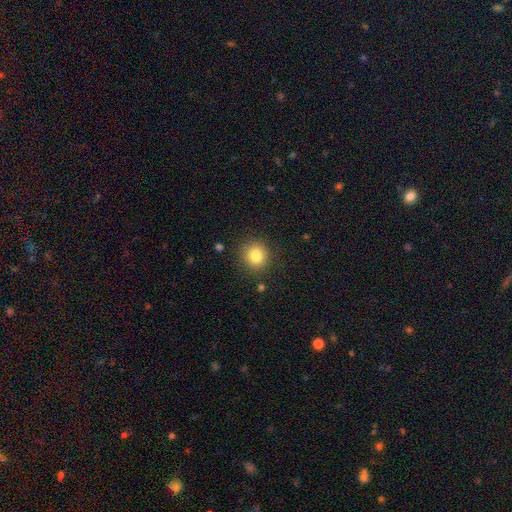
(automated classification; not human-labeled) A smooth galaxy with no disk features (83%) that is round (85%). Merging: none (87%).